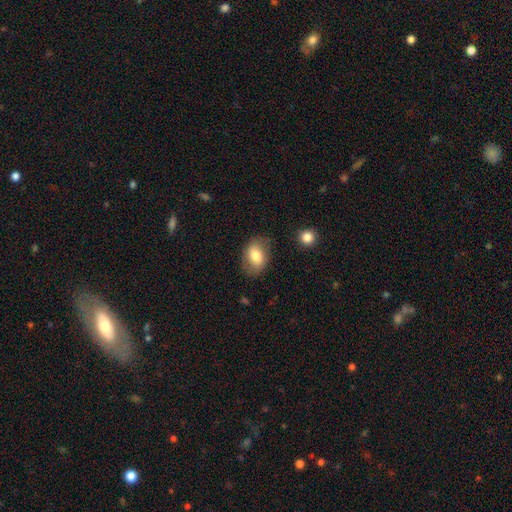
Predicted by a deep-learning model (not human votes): Morphology: type=smooth (74%); roundness=in between (78%); merging=none (77%).